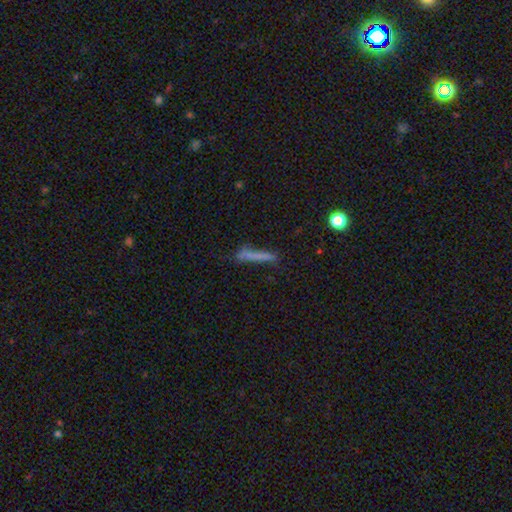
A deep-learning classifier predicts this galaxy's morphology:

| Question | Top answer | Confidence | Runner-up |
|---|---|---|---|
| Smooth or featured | smooth | 68% | featured or disk (22%) |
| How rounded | cigar-shaped | 93% | in between (5%) |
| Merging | none | 68% | minor disturbance (20%) |